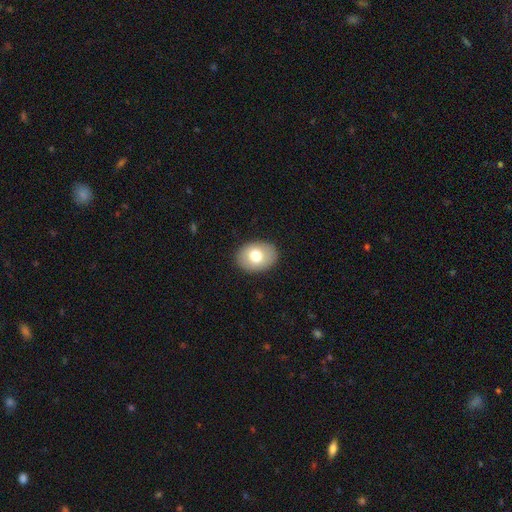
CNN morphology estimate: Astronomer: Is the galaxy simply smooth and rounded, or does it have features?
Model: smooth — 75%.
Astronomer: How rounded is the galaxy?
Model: in between — 71%.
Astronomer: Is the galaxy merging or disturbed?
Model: none — 88%.